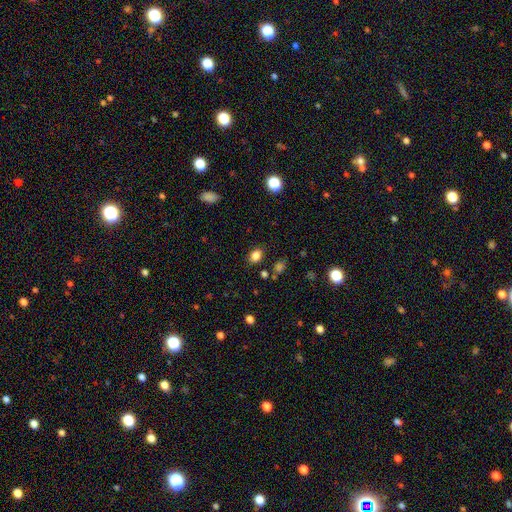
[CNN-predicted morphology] Smooth or featured? smooth (83%)
How rounded? in between (68%)
Merging? none (84%)